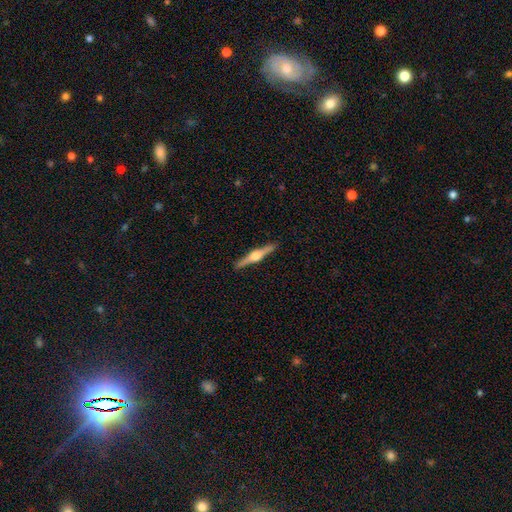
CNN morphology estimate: This is likely a featured or disk galaxy (78%). It is clearly viewed edge-on (98%). Edge-on bulge: clearly rounded (95%). Merging: clearly none (92%).